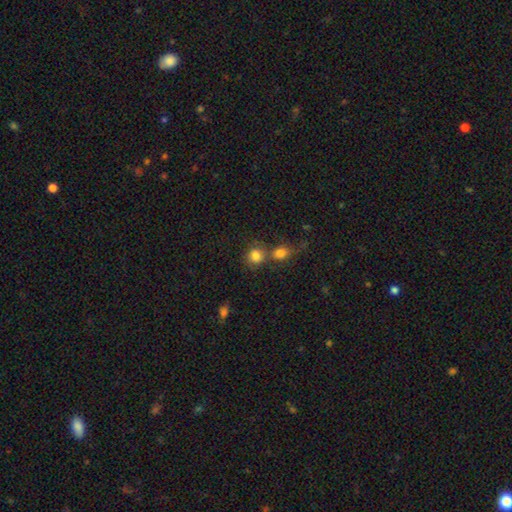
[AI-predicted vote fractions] smooth_or_featured: smooth (p=0.82) [alt: star or artifact p=0.10]
how_rounded: round (p=0.77) [alt: in between p=0.22]
merging: none (p=0.49) [alt: merger p=0.36]